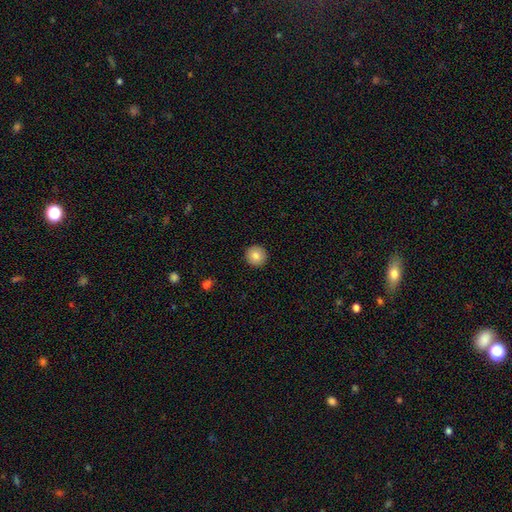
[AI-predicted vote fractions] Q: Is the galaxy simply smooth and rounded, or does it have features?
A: smooth — 84%.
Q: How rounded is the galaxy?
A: round — 95%.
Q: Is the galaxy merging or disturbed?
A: none — 93%.